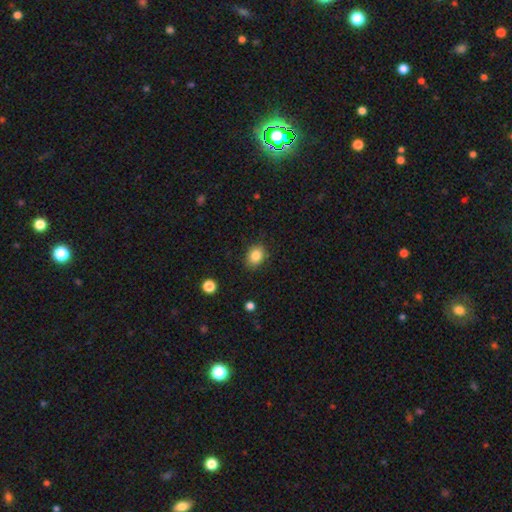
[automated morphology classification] Smooth or featured: smooth — 84% (star or artifact — 9%)
How rounded: in between — 52% (round — 47%)
Merging: none — 85% (minor disturbance — 11%)